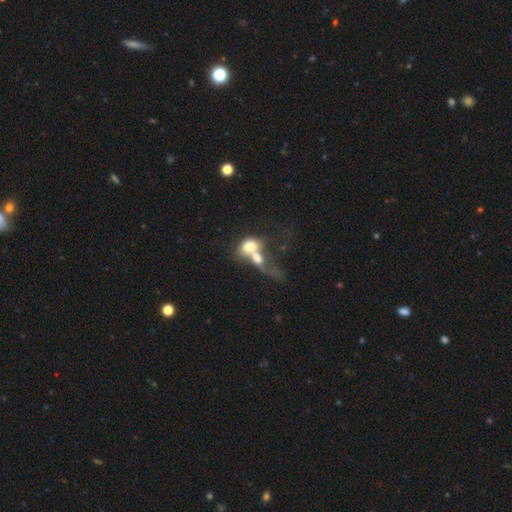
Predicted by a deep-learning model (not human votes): smooth_or_featured: smooth (p=0.58) [alt: featured or disk p=0.31]
how_rounded: in between (p=0.63) [alt: round p=0.33]
merging: merger (p=0.75) [alt: major disturbance p=0.11]